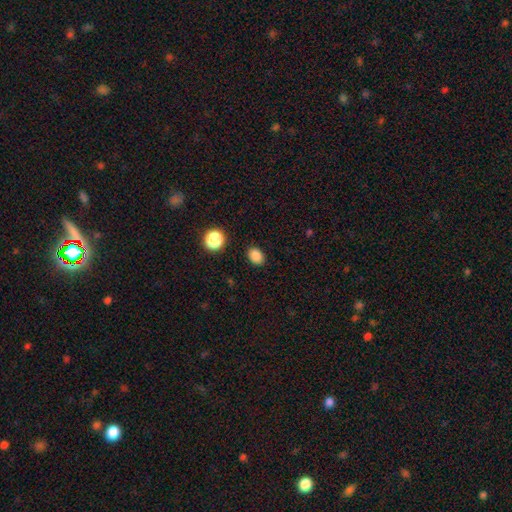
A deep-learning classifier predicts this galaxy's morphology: This appears to be a smooth galaxy with no disk features (85%) that is in between round and cigar-shaped (66%). Merging: none (88%).